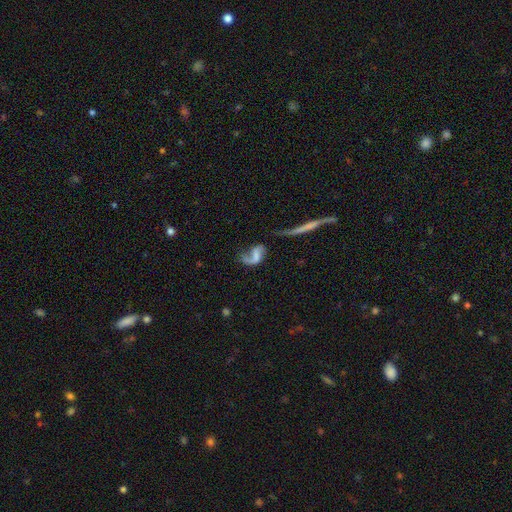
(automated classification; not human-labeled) Smooth or featured?
  - featured or disk: 78% *
  - smooth: 14%
  - star or artifact: 7%
Edge-on disk?
  - no: 97% *
  - yes: 3%
Bar?
  - weak: 42% *
  - no: 37%
  - strong: 21%
Spiral arms?
  - yes: 92% *
  - no: 8%
Spiral winding?
  - loose: 68% *
  - medium: 25%
  - tight: 7%
Spiral arm count?
  - 2: 77% *
  - 1: 17%
  - can't tell: 3%
  - 3: 1%
  - 4: 1%
  - more than 4: 1%
Bulge size?
  - none: 54% *
  - small: 22%
  - moderate: 17%
  - large: 5%
  - dominant: 2%
Merging?
  - none: 49% *
  - major disturbance: 22%
  - minor disturbance: 19%
  - merger: 10%